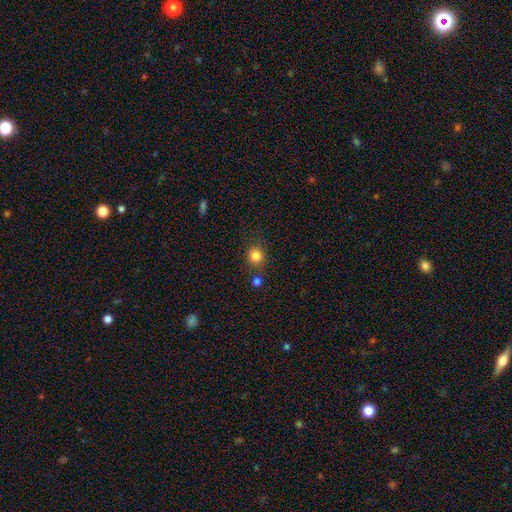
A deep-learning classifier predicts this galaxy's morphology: Smooth or featured? Predicted: smooth (p=0.83). How rounded? Predicted: round (p=0.88). Merging? Predicted: none (p=0.77).